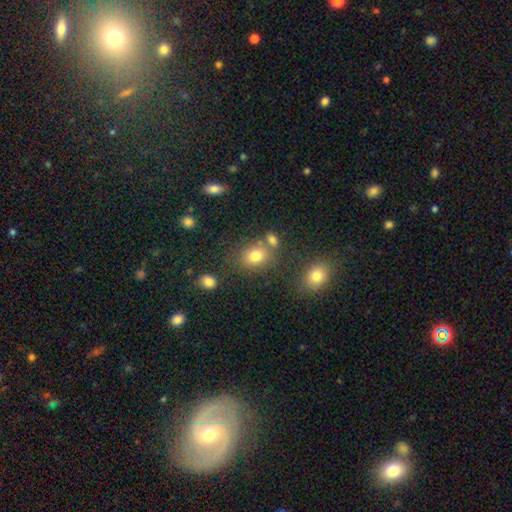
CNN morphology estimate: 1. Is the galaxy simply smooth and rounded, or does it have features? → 77% smooth, 14% star or artifact, 9% featured or disk.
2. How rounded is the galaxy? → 50% round, 49% in between, 1% cigar-shaped.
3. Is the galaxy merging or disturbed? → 65% none, 16% merger, 13% minor disturbance, 5% major disturbance.